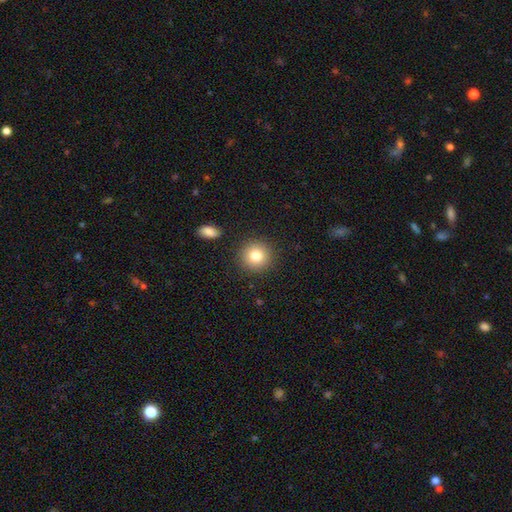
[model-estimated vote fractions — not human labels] Smooth or featured? Predicted: smooth (p=0.81). How rounded? Predicted: round (p=0.93). Merging? Predicted: none (p=0.89).